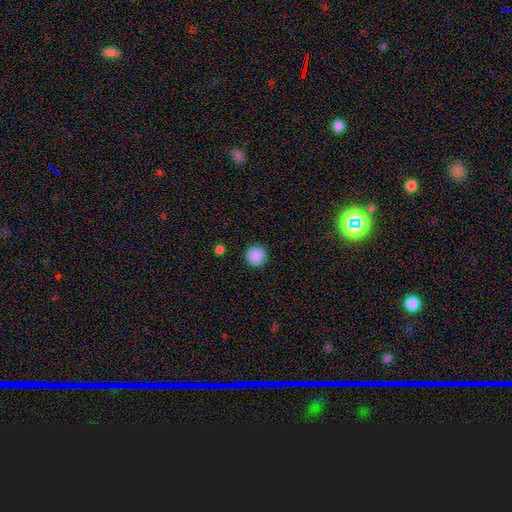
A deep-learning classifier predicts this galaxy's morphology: Overall: smooth (89%). How rounded: round (96%). Merging: none (93%).